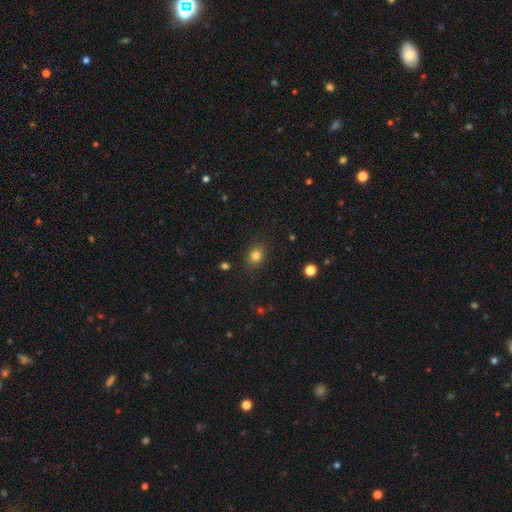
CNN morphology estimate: smooth_or_featured: smooth (p=0.82) [alt: star or artifact p=0.12]
how_rounded: round (p=0.54) [alt: in between p=0.45]
merging: none (p=0.85) [alt: minor disturbance p=0.10]